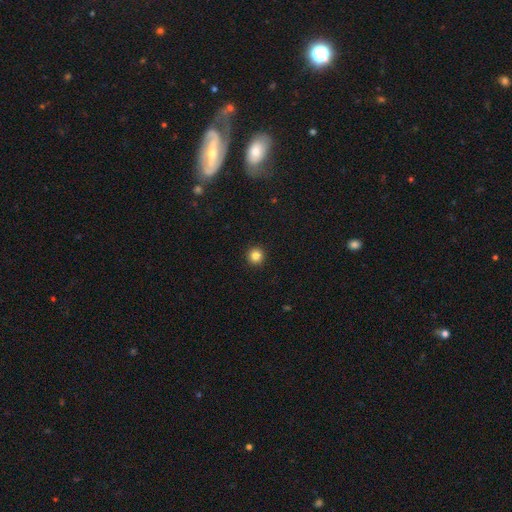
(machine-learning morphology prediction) Smooth or featured: smooth — 84% (star or artifact — 11%)
How rounded: round — 96% (in between — 3%)
Merging: none — 94% (minor disturbance — 4%)